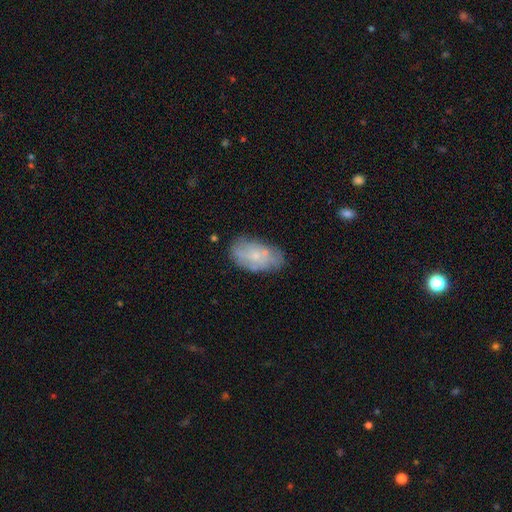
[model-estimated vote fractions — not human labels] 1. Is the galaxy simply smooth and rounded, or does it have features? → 50% smooth, 42% featured or disk, 8% star or artifact.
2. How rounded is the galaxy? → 92% in between, 6% round, 2% cigar-shaped.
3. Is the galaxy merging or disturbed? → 64% none, 24% minor disturbance, 7% major disturbance, 4% merger.